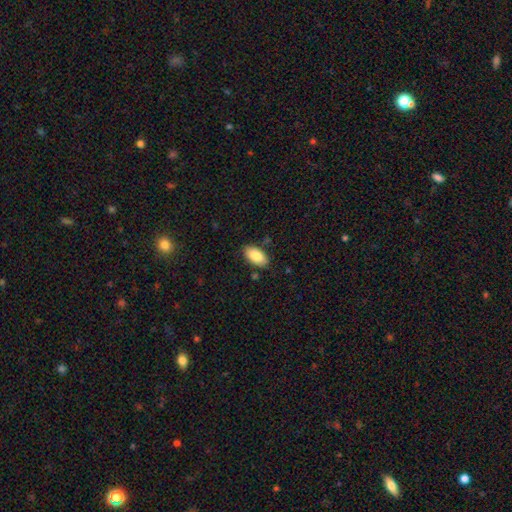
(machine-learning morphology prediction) smooth-or-featured: smooth: 87% | featured or disk: 7% | star or artifact: 6%
  how-rounded: in between: 94% | cigar-shaped: 3% | round: 3%
  merging: none: 84% | minor disturbance: 11% | major disturbance: 2% | merger: 2%